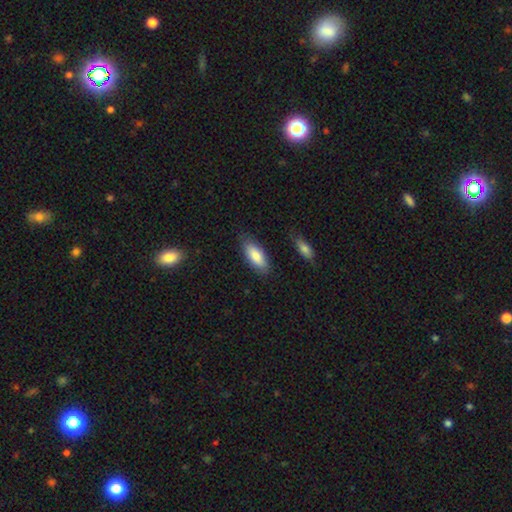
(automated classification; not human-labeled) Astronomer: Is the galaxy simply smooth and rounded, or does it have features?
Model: smooth — 84%.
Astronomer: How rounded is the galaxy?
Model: in between — 82%.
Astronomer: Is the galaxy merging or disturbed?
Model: none — 81%.